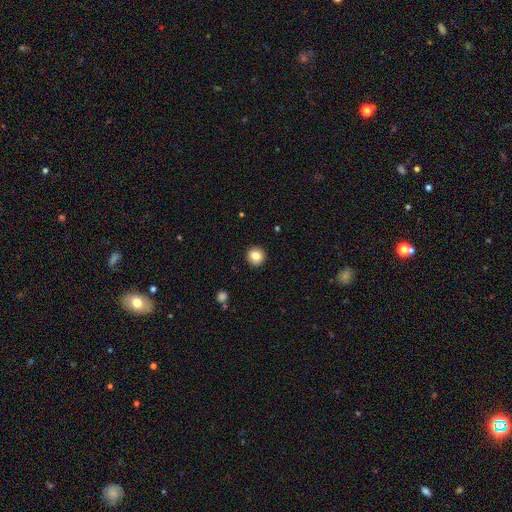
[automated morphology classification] smooth-or-featured: smooth: 83% | star or artifact: 10% | featured or disk: 8%
  how-rounded: round: 94% | in between: 5% | cigar-shaped: 1%
  merging: none: 93% | minor disturbance: 5% | major disturbance: 2% | merger: 1%